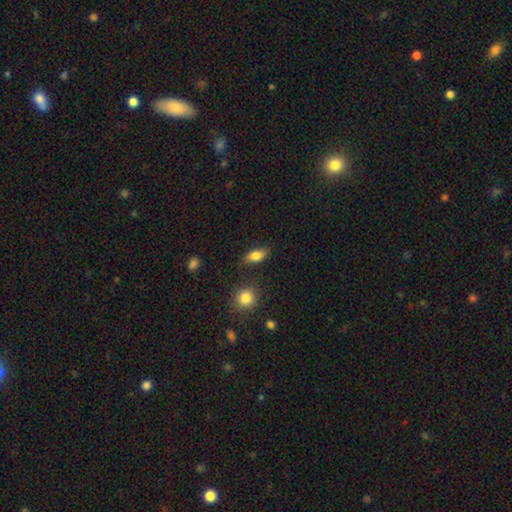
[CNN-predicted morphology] This is likely a smooth galaxy (78%). How rounded: clearly in between (81%). Merging: likely none (77%).